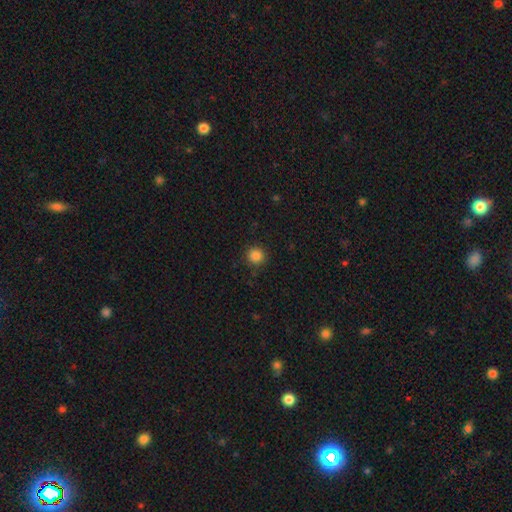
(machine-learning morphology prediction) smooth 86%, star or artifact 11%, featured or disk 3%. Down the decision tree: how rounded — round (94%); merging — none (90%).